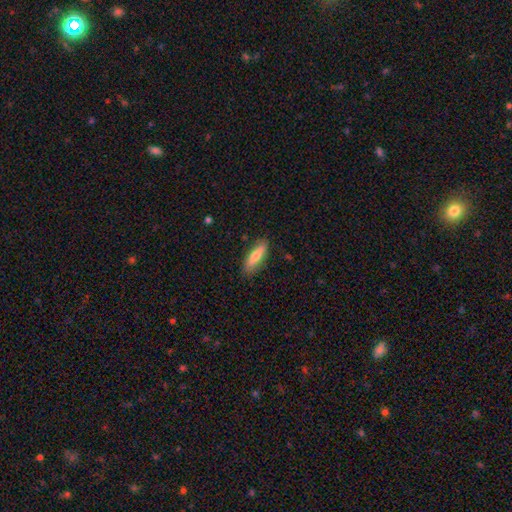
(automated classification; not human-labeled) Q: Smooth or featured?
A: smooth (69%); runner-up: featured or disk (25%)
Q: How rounded?
A: cigar-shaped (57%); runner-up: in between (41%)
Q: Merging?
A: none (84%); runner-up: minor disturbance (12%)